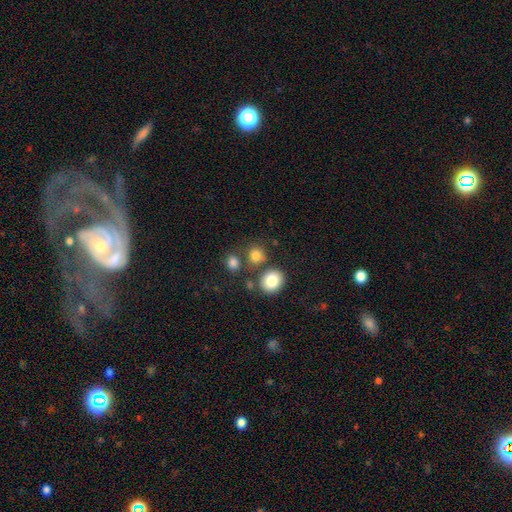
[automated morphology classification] A smooth galaxy with no disk features (81%) that is round (78%).

Vote fractions:
- Smooth or featured? smooth: 81% / star or artifact: 12% / featured or disk: 7%
- How rounded? round: 78% / in between: 21% / cigar-shaped: 1%
- Merging? none: 67% / merger: 18% / minor disturbance: 10% / major disturbance: 4%